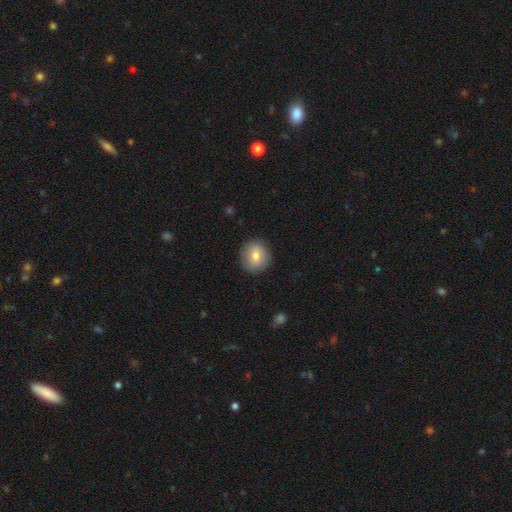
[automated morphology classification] This is likely a smooth galaxy (78%). How rounded: clearly round (86%). Merging: clearly none (89%).